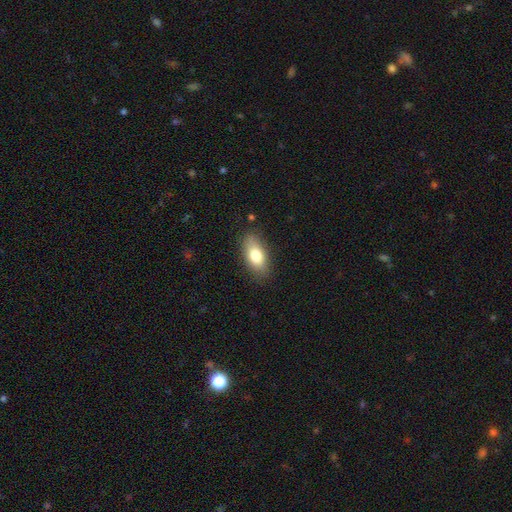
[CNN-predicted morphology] type=smooth (78%); roundness=in between (87%); merging=none (83%).